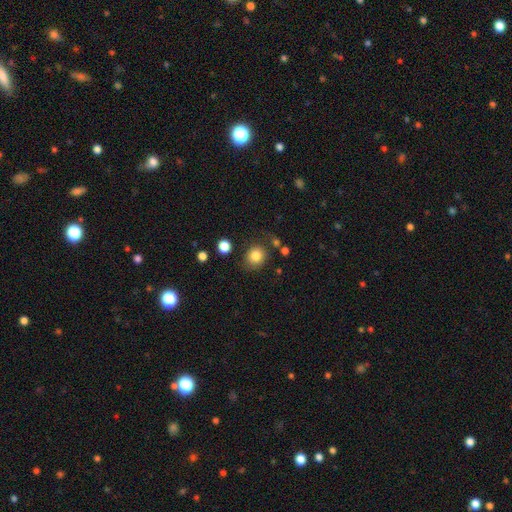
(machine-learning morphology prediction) This appears to be a smooth galaxy with no disk features (83%) that is round (80%). Merging: none (79%).